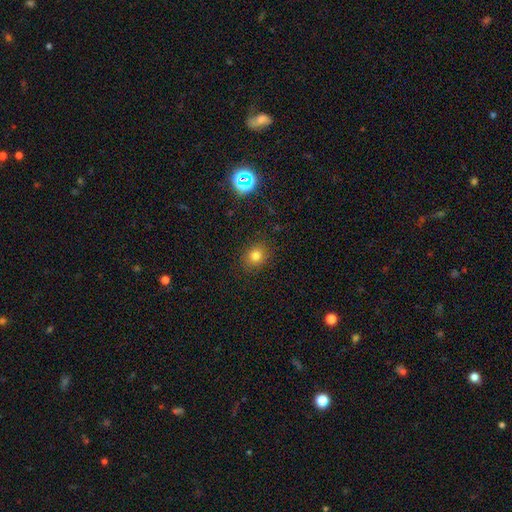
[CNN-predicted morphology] Smooth or featured? Predicted: smooth (p=0.78). How rounded? Predicted: round (p=0.68). Merging? Predicted: none (p=0.87).